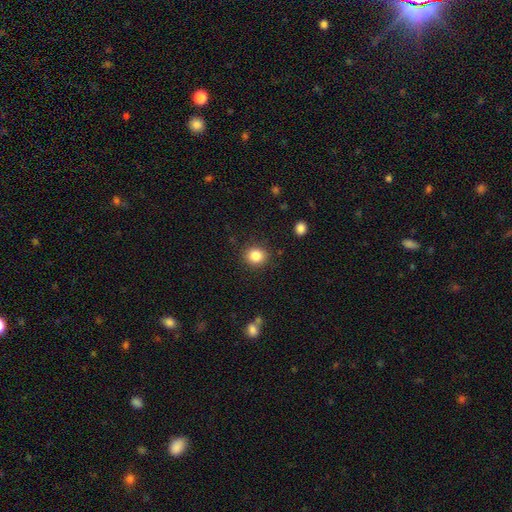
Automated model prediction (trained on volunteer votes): A smooth galaxy with no disk features (85%) that is round (80%).

Vote fractions:
- Smooth or featured? smooth: 85% / star or artifact: 10% / featured or disk: 5%
- How rounded? round: 80% / in between: 19% / cigar-shaped: 1%
- Merging? none: 88% / minor disturbance: 8% / major disturbance: 3% / merger: 1%